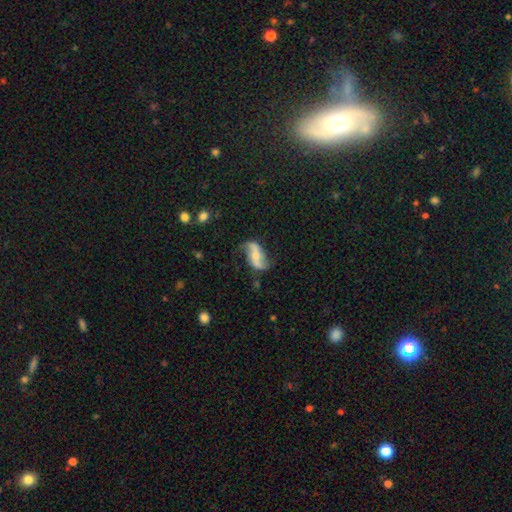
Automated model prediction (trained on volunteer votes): Overall: featured or disk (76%). Edge-on disk: no (94%). Bar: no (40%; weak 31%). Spiral arms: yes (92%). Spiral arm count: 2 (92%). Spiral winding: loose (84%). Bulge size: small (48%; moderate 39%). Merging: none (69%).